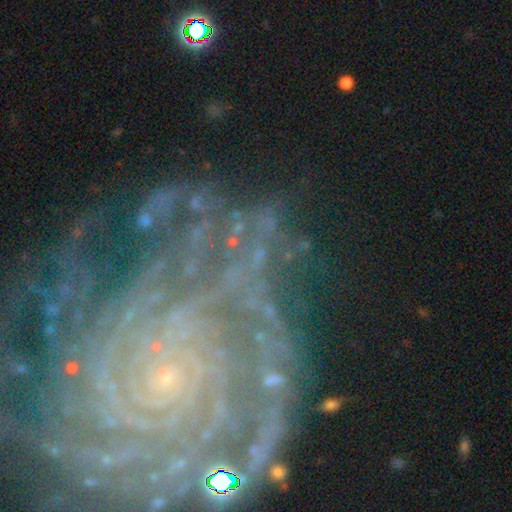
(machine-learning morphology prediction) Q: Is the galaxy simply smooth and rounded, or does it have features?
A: featured or disk — 82%.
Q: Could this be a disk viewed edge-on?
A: no — 97%.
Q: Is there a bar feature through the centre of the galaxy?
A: no — 74%.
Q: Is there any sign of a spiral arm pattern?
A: yes — 97%.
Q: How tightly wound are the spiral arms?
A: tight — 82%.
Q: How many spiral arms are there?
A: more than 4 — 26%.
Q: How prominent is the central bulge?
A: small — 82%.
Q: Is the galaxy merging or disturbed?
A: none — 69%.